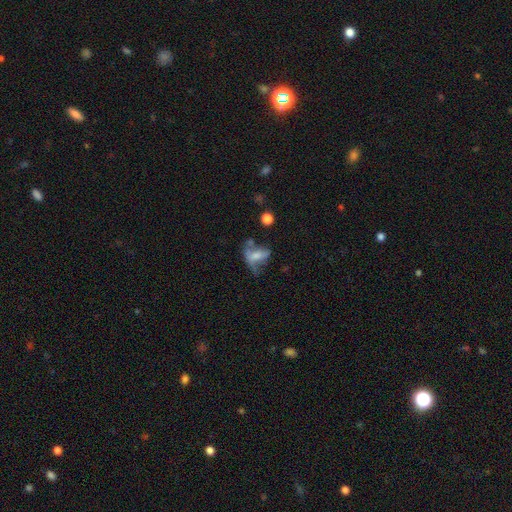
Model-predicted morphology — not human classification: The model was most divided on "smooth or featured": smooth: 46%, featured or disk: 41%, star or artifact: 13%. Remaining: merging — major disturbance (36%).